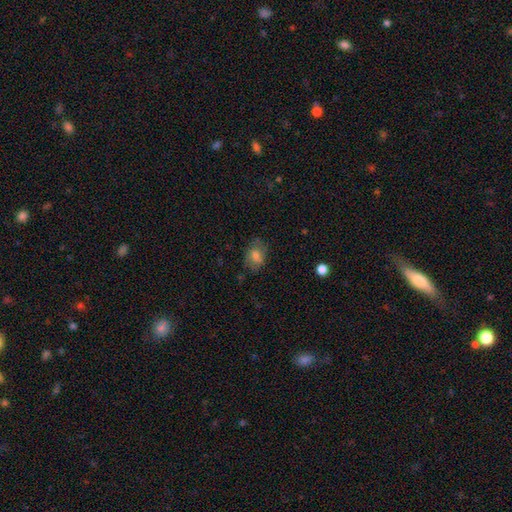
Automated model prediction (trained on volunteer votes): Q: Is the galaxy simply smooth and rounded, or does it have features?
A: smooth — 70%.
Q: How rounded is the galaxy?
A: in between — 70%.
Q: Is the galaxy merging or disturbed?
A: none — 69%.